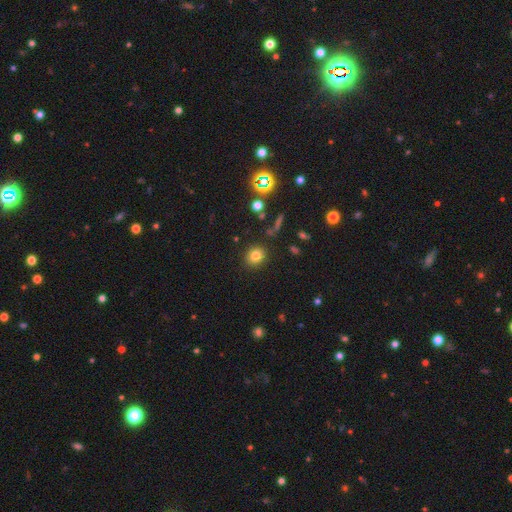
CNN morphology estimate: smooth 78%, star or artifact 14%, featured or disk 7%. Down the decision tree: how rounded — round (77%); merging — none (88%).